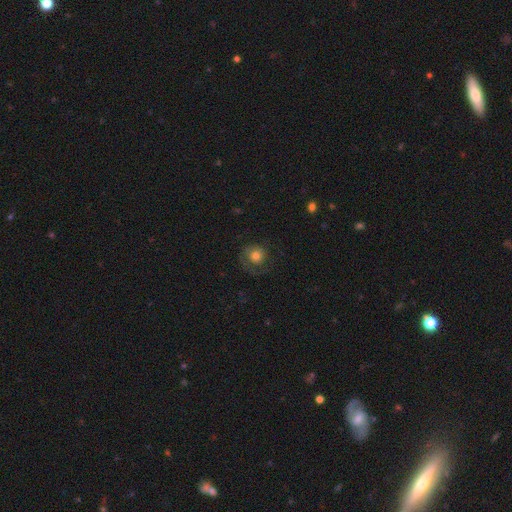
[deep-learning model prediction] A smooth galaxy with no disk features (59%) that is round (88%).

Vote fractions:
- Smooth or featured? smooth: 59% / featured or disk: 31% / star or artifact: 9%
- How rounded? round: 88% / in between: 11% / cigar-shaped: 1%
- Merging? none: 57% / major disturbance: 23% / minor disturbance: 18% / merger: 1%